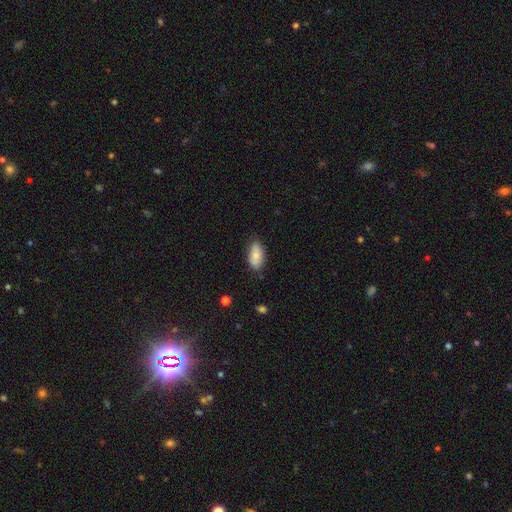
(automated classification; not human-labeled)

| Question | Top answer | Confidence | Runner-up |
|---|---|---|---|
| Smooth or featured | smooth | 76% | featured or disk (17%) |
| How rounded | in between | 92% | cigar-shaped (5%) |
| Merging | none | 75% | minor disturbance (21%) |